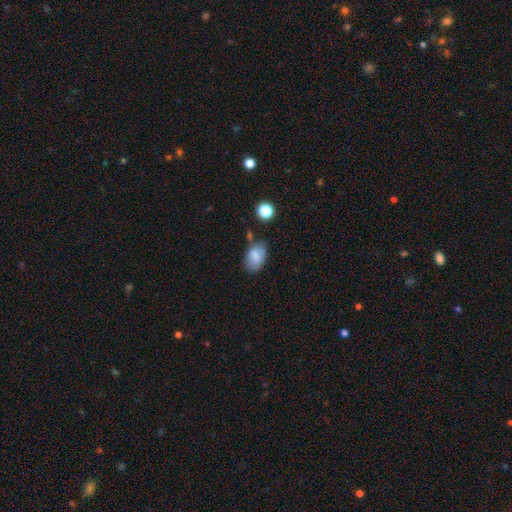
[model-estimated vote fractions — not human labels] A smooth galaxy with no disk features (81%) that is in between round and cigar-shaped (89%).

Vote fractions:
- Smooth or featured? smooth: 81% / featured or disk: 10% / star or artifact: 9%
- How rounded? in between: 89% / round: 10% / cigar-shaped: 1%
- Merging? none: 63% / minor disturbance: 23% / merger: 8% / major disturbance: 6%